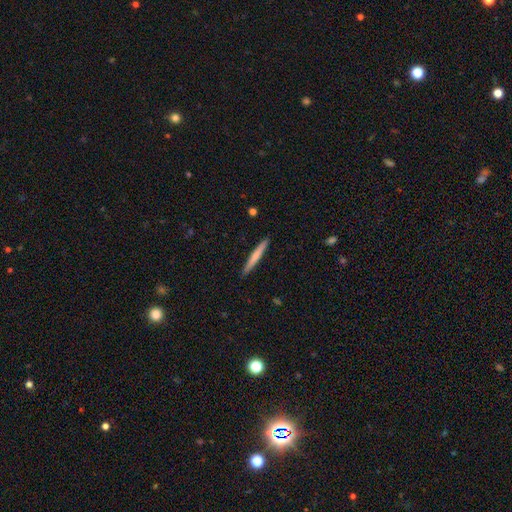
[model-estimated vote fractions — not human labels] Overall: smooth (67%; featured or disk 28%). How rounded: cigar-shaped (96%). Merging: none (90%).